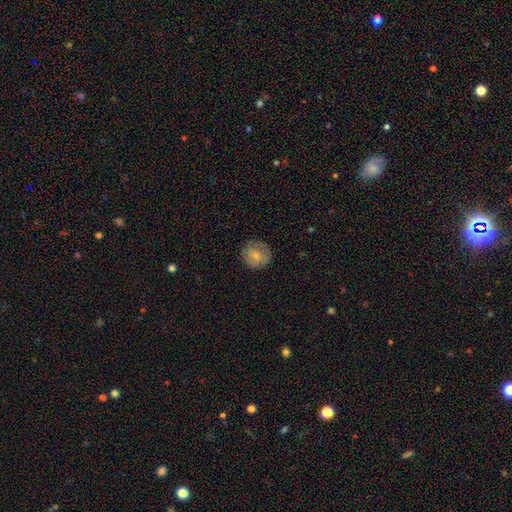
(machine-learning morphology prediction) Smooth or featured? Predicted: smooth (p=0.75). How rounded? Predicted: round (p=0.86). Merging? Predicted: none (p=0.80).